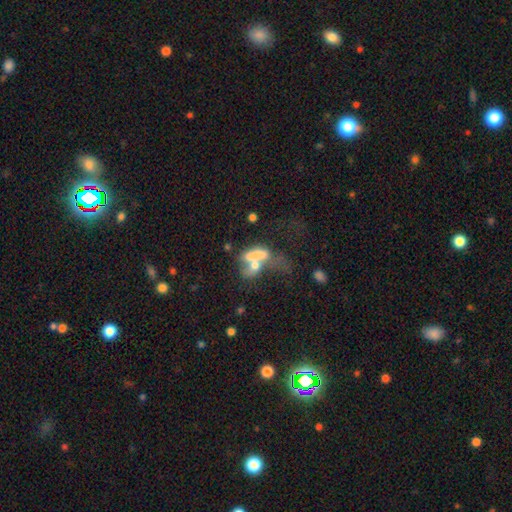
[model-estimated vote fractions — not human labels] smooth 59%, featured or disk 30%, star or artifact 11%. Down the decision tree: how rounded — in between (68%); merging — merger (63%).